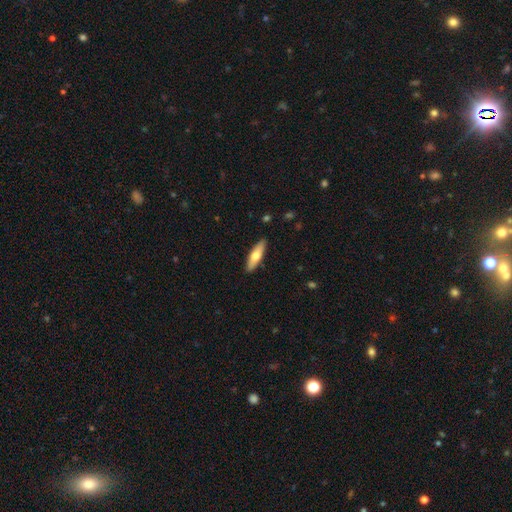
smooth_or_featured: smooth (p=0.59) [alt: featured or disk p=0.38]
how_rounded: in between (p=0.55) [alt: cigar-shaped p=0.45]
merging: none (p=0.92) [alt: minor disturbance p=0.06]